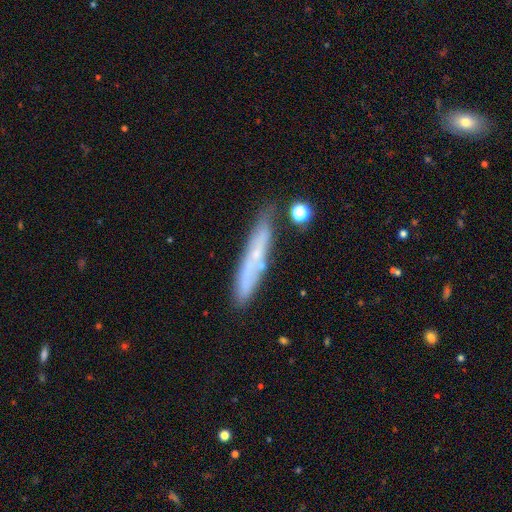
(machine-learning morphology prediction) A featured or disk galaxy (48%). Merging: none (70%).